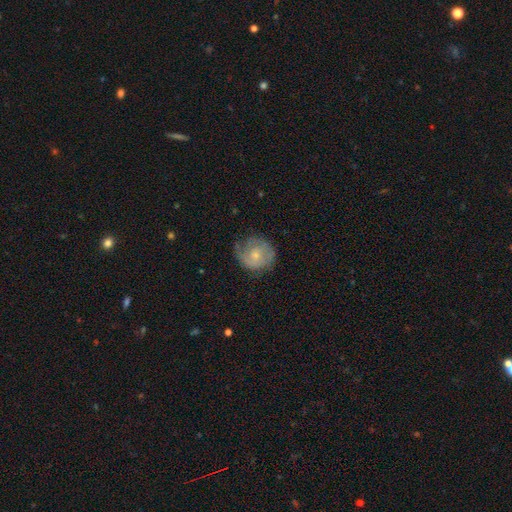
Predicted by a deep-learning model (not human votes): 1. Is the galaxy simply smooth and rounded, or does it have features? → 56% featured or disk, 37% smooth, 7% star or artifact.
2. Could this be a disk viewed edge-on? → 97% no, 3% yes.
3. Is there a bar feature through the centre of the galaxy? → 79% no, 19% weak, 3% strong.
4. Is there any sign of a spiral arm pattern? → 79% yes, 21% no.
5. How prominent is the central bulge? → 59% small, 35% moderate, 4% none, 2% large, 1% dominant.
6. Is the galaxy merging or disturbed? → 59% none, 27% minor disturbance, 13% major disturbance, 1% merger.